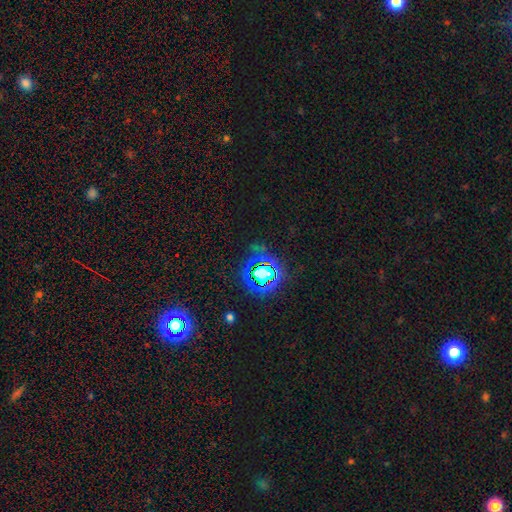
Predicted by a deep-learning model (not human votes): Smooth or featured: star or artifact — 77% (smooth — 15%)